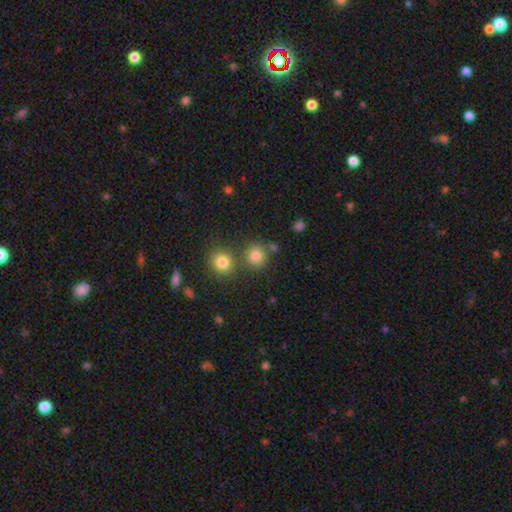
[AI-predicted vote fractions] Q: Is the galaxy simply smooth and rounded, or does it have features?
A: smooth — 80%.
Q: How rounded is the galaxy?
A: round — 85%.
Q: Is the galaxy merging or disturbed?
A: none — 72%.